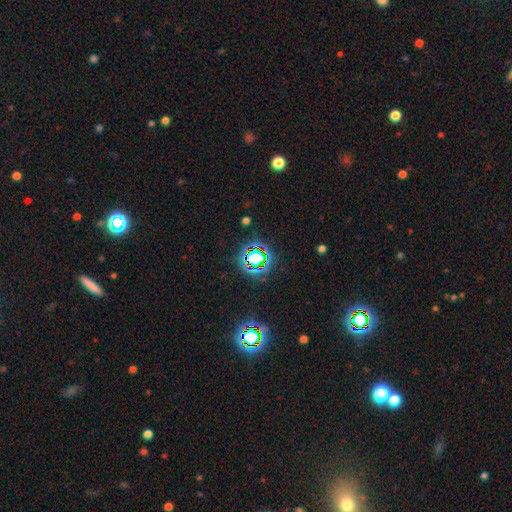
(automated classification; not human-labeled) Morphology: type=star or artifact (69%).